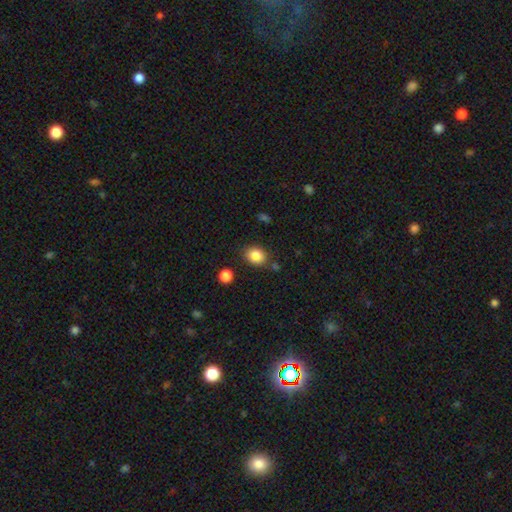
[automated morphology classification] smooth_or_featured: smooth (p=0.85) [alt: star or artifact p=0.09]
how_rounded: in between (p=0.53) [alt: round p=0.46]
merging: none (p=0.79) [alt: minor disturbance p=0.13]